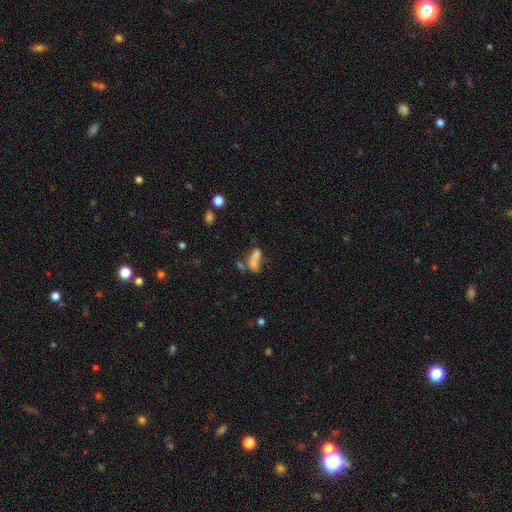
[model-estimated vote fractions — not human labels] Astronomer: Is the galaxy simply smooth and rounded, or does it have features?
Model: smooth — 63%.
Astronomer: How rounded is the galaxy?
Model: in between — 77%.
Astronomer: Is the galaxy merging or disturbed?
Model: merger — 48% (runner-up: none, 23%).